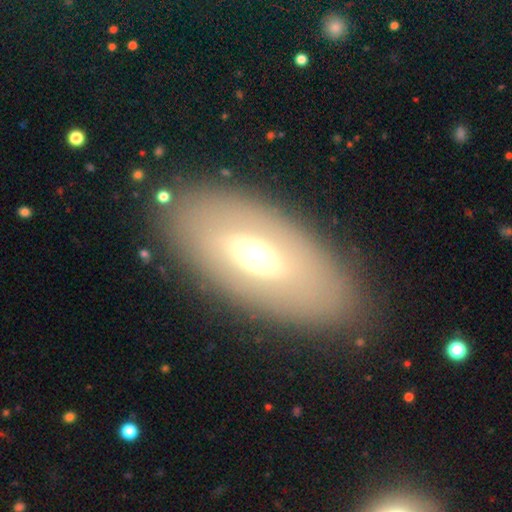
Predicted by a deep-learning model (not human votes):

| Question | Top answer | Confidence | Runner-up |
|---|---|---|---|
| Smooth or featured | featured or disk | 48% | smooth (43%) |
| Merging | none | 83% | minor disturbance (9%) |